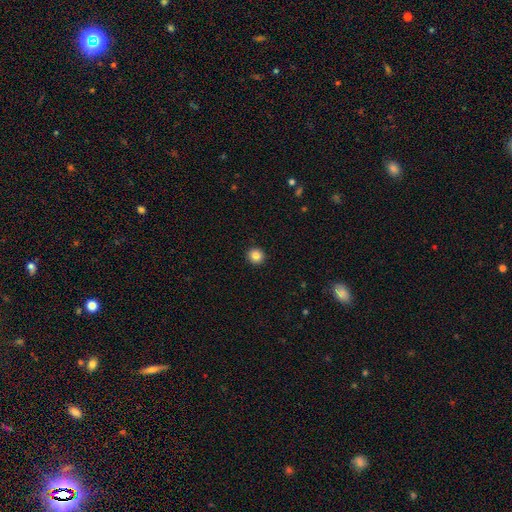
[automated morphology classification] Smooth or featured? Predicted: smooth (p=0.85). How rounded? Predicted: round (p=0.94). Merging? Predicted: none (p=0.93).